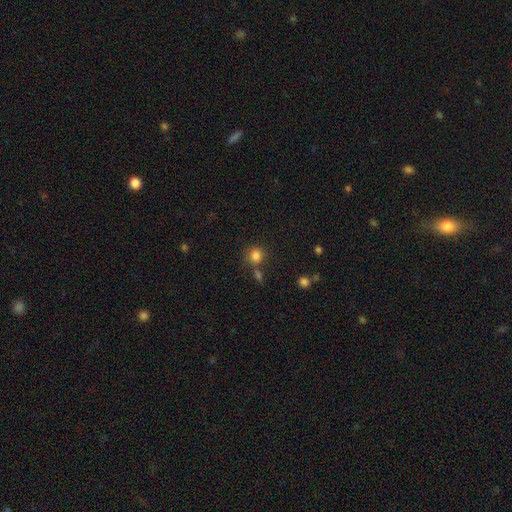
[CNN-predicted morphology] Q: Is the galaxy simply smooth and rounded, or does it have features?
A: smooth — 83%.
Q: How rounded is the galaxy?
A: round — 87%.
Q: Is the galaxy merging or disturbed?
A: none — 69%.